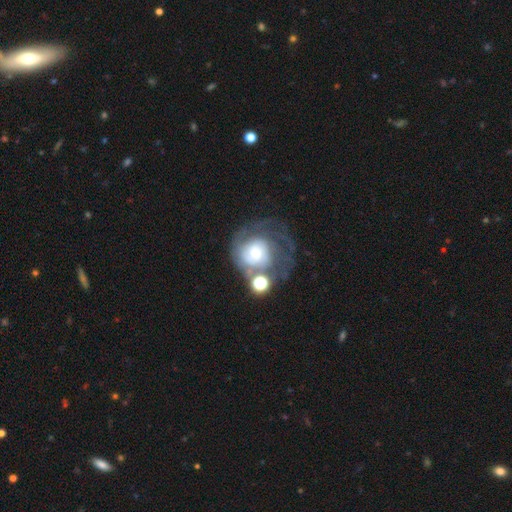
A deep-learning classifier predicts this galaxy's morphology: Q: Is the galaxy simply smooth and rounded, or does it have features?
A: featured or disk — 67%.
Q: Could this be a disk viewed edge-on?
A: no — 97%.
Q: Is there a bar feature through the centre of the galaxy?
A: no — 76%.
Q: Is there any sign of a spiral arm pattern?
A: yes — 79%.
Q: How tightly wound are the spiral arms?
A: tight — 56%.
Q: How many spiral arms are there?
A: can't tell — 40%.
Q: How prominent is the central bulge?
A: moderate — 42%.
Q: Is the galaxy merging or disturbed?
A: none — 40%.